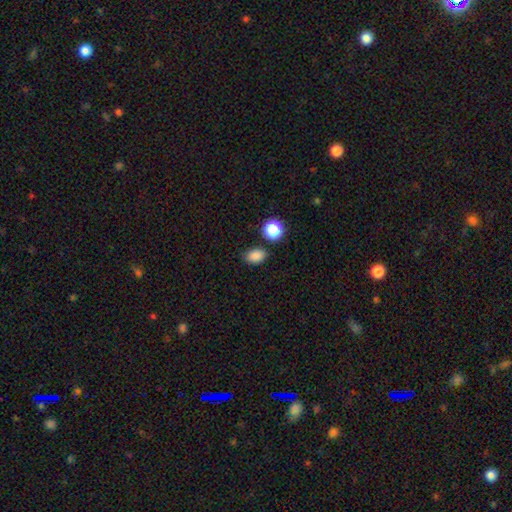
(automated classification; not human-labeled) A smooth galaxy with no disk features (85%) that is in between round and cigar-shaped (77%).

Vote fractions:
- Smooth or featured? smooth: 85% / star or artifact: 11% / featured or disk: 4%
- How rounded? in between: 77% / round: 22% / cigar-shaped: 1%
- Merging? none: 78% / minor disturbance: 13% / merger: 6% / major disturbance: 3%